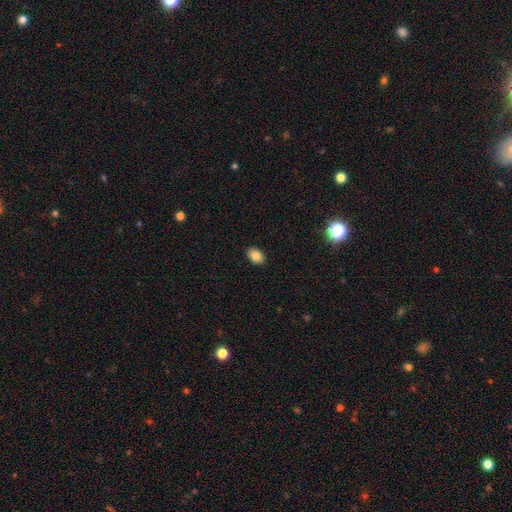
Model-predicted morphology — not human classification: Smooth or featured? Predicted: smooth (p=0.83). How rounded? Predicted: in between (p=0.82). Merging? Predicted: none (p=0.90).